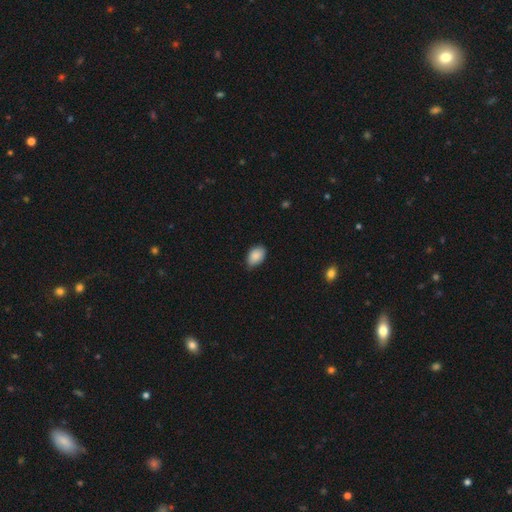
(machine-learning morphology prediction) A smooth galaxy with no disk features (88%) that is in between round and cigar-shaped (89%).

Vote fractions:
- Smooth or featured? smooth: 88% / star or artifact: 7% / featured or disk: 5%
- How rounded? in between: 89% / round: 10% / cigar-shaped: 1%
- Merging? none: 75% / minor disturbance: 22% / major disturbance: 2% / merger: 1%